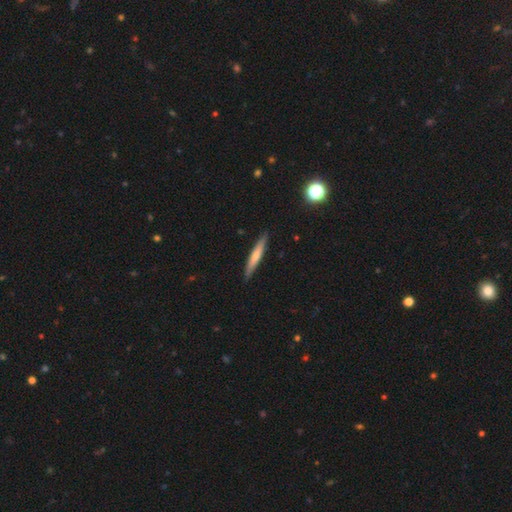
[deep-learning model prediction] This is likely a smooth galaxy (61%). How rounded: clearly cigar-shaped (94%). Merging: clearly none (89%).